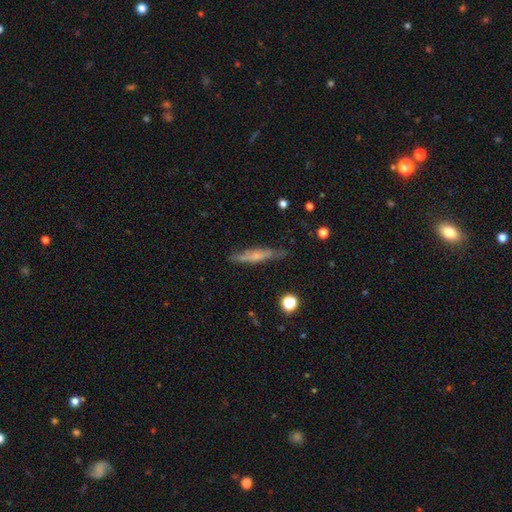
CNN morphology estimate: Smooth or featured? featured or disk (47%)
Merging? none (80%)